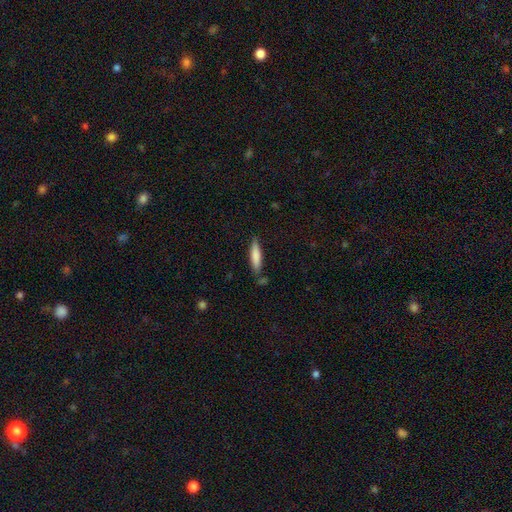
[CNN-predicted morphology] Q: Smooth or featured?
A: smooth (78%); runner-up: featured or disk (16%)
Q: How rounded?
A: cigar-shaped (81%); runner-up: in between (18%)
Q: Merging?
A: none (76%); runner-up: minor disturbance (15%)